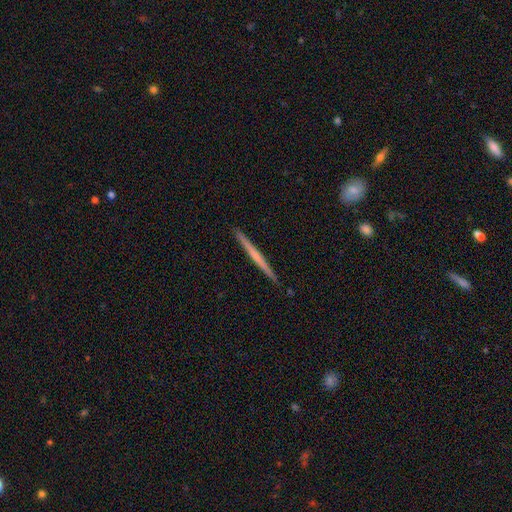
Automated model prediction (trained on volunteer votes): featured or disk 53%, smooth 42%, star or artifact 5%. Down the decision tree: edge-on disk — yes (98%); edge-on bulge — none (84%); merging — none (92%).